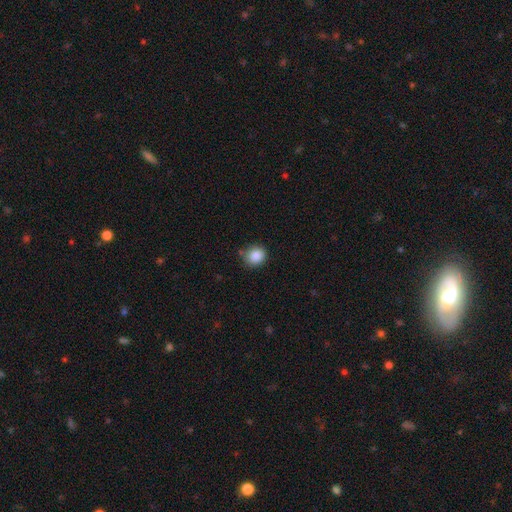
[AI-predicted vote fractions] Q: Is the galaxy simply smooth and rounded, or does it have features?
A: smooth — 88%.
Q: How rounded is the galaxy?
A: round — 82%.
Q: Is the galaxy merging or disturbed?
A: none — 79%.